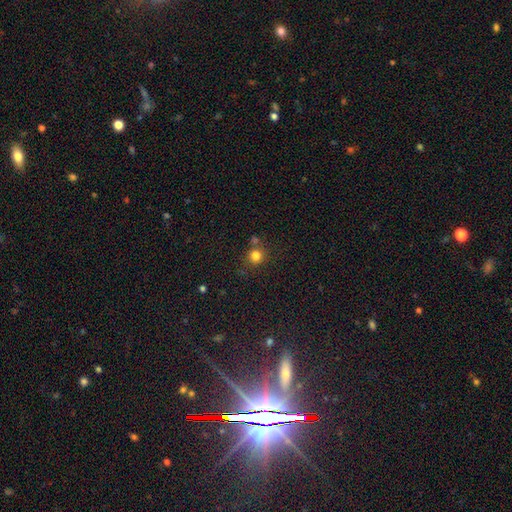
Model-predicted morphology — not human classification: Smooth or featured? Predicted: smooth (p=0.80). How rounded? Predicted: round (p=0.90). Merging? Predicted: none (p=0.73).